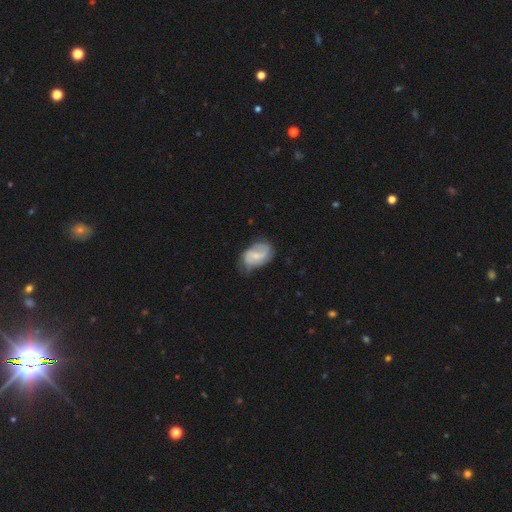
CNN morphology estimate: A featured or disk galaxy (60%) with a weak bar (48%), spiral arms (84%) and a small central bulge (58%). Merging: none (53%).